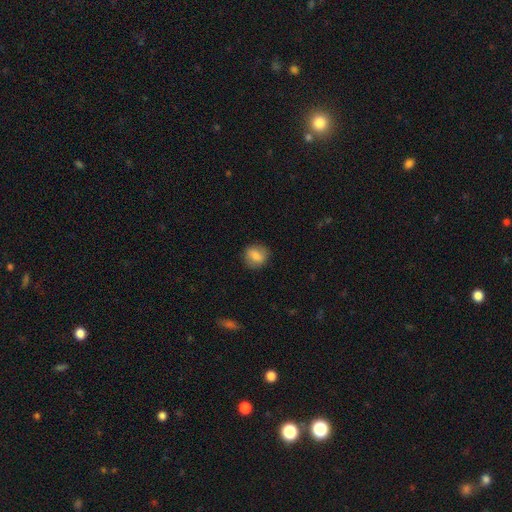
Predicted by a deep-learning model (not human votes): smooth 80%, featured or disk 11%, star or artifact 8%. Down the decision tree: how rounded — round (70%); merging — none (85%).